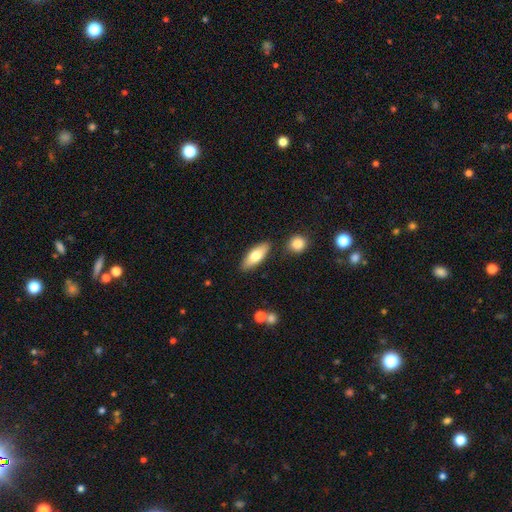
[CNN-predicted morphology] Smooth or featured: smooth — 72% (featured or disk — 22%)
How rounded: in between — 70% (cigar-shaped — 27%)
Merging: none — 83% (minor disturbance — 10%)